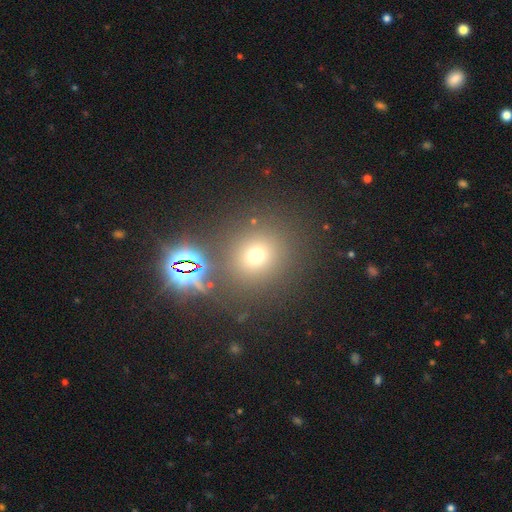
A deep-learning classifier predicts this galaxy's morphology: smooth-or-featured: smooth: 62% | star or artifact: 28% | featured or disk: 9%
  how-rounded: round: 89% | in between: 10% | cigar-shaped: 1%
  merging: none: 82% | minor disturbance: 8% | merger: 6% | major disturbance: 4%